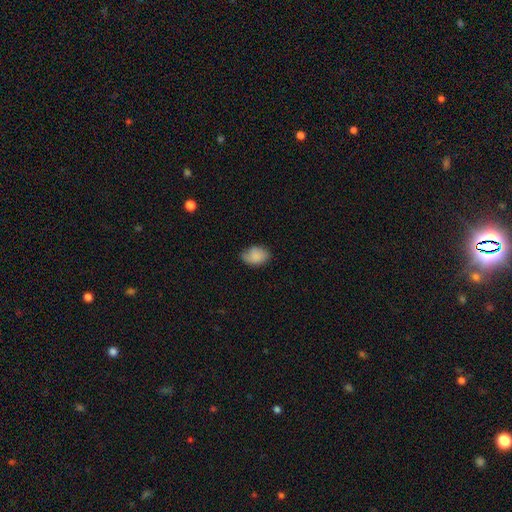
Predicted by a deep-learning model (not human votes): This is clearly a smooth galaxy (85%). How rounded: clearly in between (82%). Merging: likely none (63%).